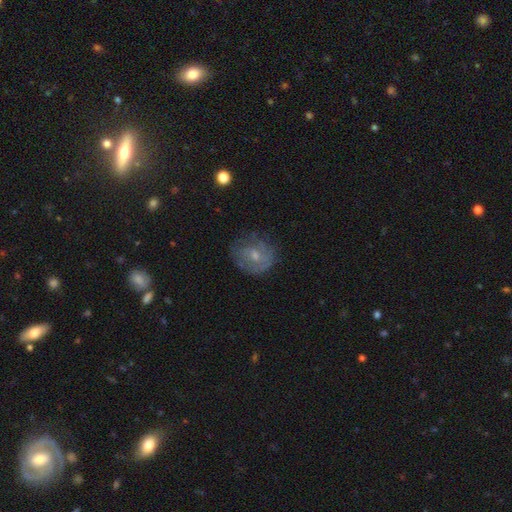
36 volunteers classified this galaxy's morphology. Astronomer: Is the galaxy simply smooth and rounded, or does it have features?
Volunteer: smooth — 50% (runner-up: featured or disk, 44%).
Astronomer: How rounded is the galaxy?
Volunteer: round — 67%.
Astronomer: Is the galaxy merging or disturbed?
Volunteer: none — 59%.